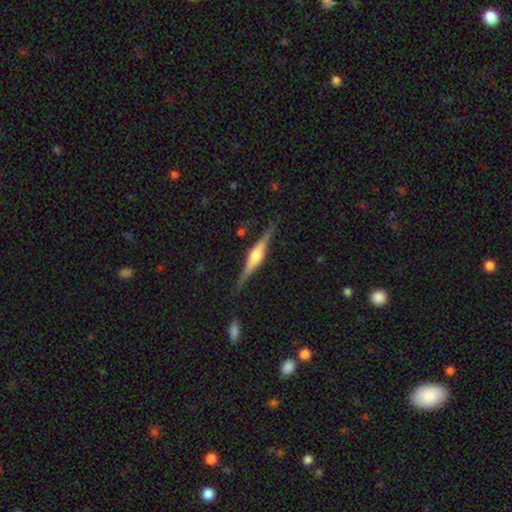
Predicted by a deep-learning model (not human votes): A featured or disk galaxy (78%) viewed edge-on (98%) with a rounded central bulge (84%). Merging: none (86%).